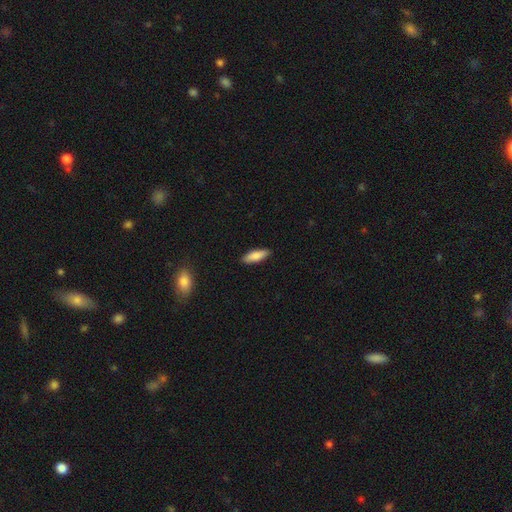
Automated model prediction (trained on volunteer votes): A smooth galaxy with no disk features (84%) that is in between round and cigar-shaped (56%).

Vote fractions:
- Smooth or featured? smooth: 84% / featured or disk: 11% / star or artifact: 6%
- How rounded? in between: 56% / cigar-shaped: 43% / round: 2%
- Merging? none: 88% / minor disturbance: 9% / major disturbance: 2% / merger: 1%